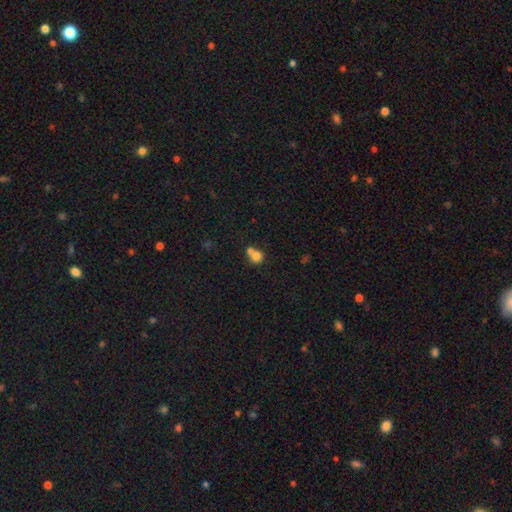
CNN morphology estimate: smooth-or-featured: smooth: 76% | featured or disk: 13% | star or artifact: 11%
  how-rounded: round: 82% | in between: 17% | cigar-shaped: 1%
  merging: merger: 55% | none: 35% | minor disturbance: 6% | major disturbance: 3%